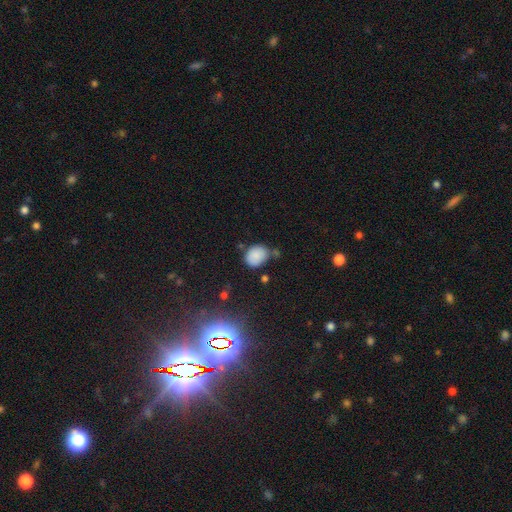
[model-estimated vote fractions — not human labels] Overall: smooth (84%). How rounded: round (50%; in between 49%). Merging: none (61%; minor disturbance 22%).